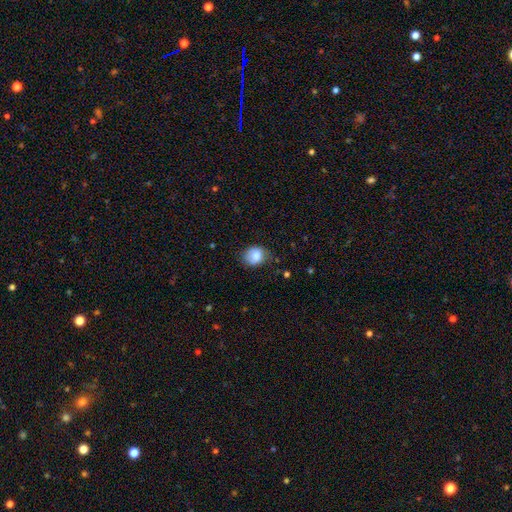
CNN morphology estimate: A smooth galaxy with no disk features (80%) that is round (56%). Merging: none (54%).